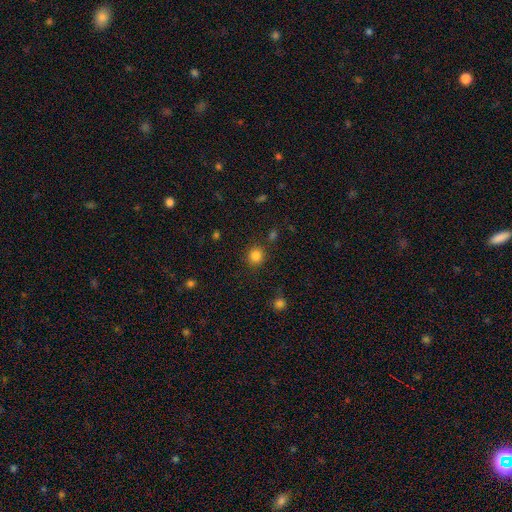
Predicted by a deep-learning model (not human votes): Morphology: type=smooth (83%); roundness=round (90%); merging=none (86%).